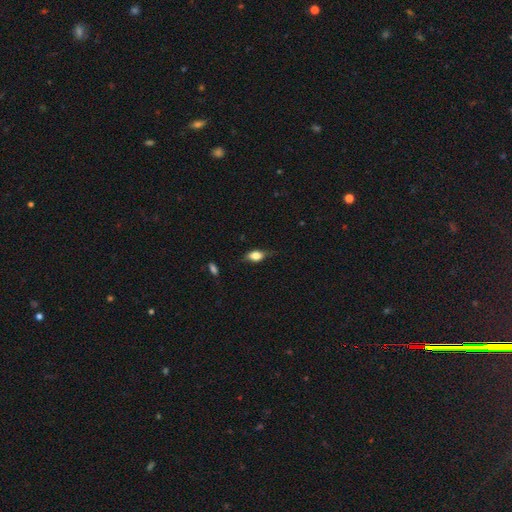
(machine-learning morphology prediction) This is likely a smooth galaxy (76%). How rounded: clearly in between (81%). Merging: likely none (65%).